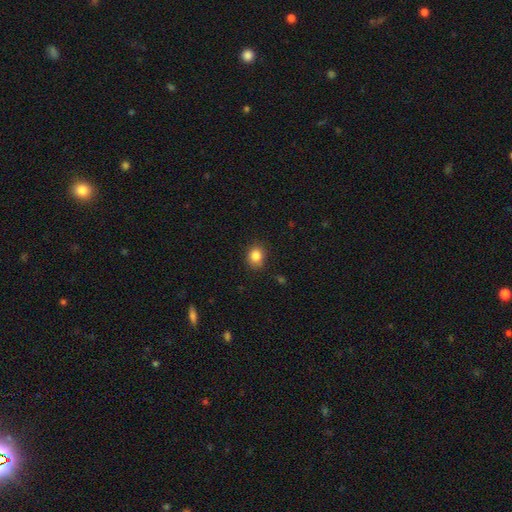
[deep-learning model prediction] Overall: smooth (85%). How rounded: round (72%). Merging: none (83%).